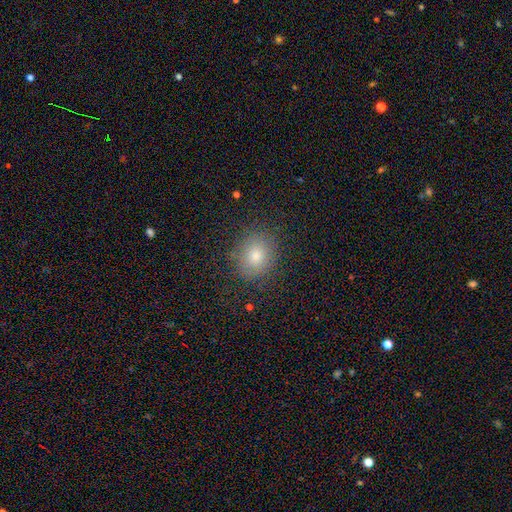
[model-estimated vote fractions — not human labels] smooth-or-featured: smooth: 76% | star or artifact: 14% | featured or disk: 11%
  how-rounded: round: 56% | in between: 43% | cigar-shaped: 1%
  merging: none: 84% | minor disturbance: 11% | major disturbance: 4% | merger: 1%